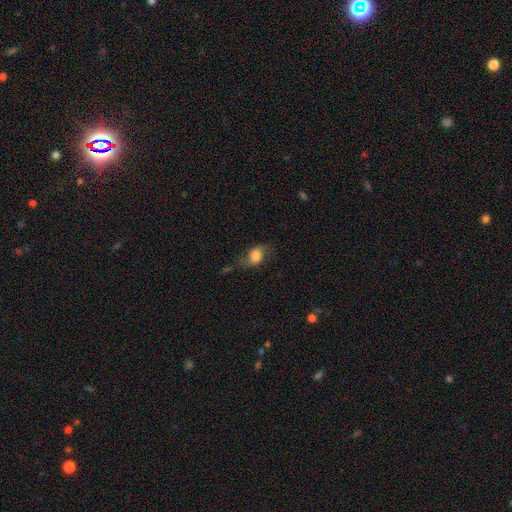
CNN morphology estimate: This appears to be a smooth galaxy with no disk features (63%) that is in between round and cigar-shaped (67%). Merging: none (54%).